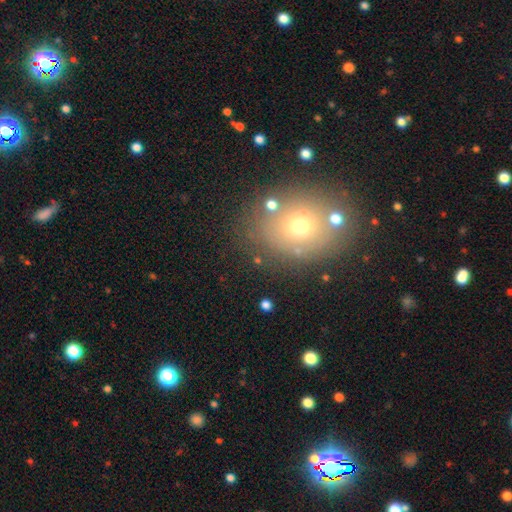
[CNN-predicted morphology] The model was most divided on "smooth or featured": smooth: 49%, star or artifact: 29%, featured or disk: 22%. More confident: merging — none (81%).